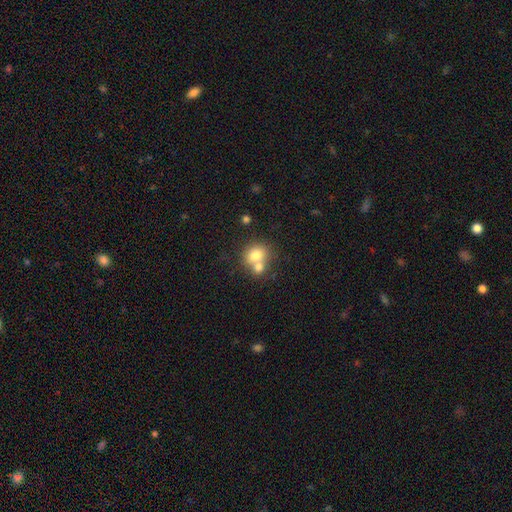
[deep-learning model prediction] Smooth or featured? Predicted: smooth (p=0.75). How rounded? Predicted: round (p=0.72). Merging? Predicted: merger (p=0.52).